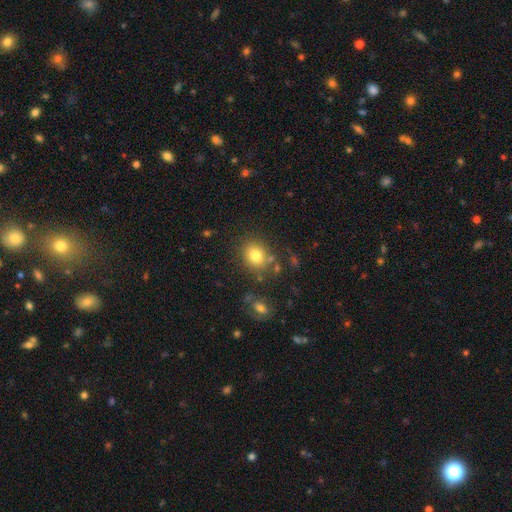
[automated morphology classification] This is likely a smooth galaxy (78%). How rounded: likely round (68%). Merging: likely none (77%).